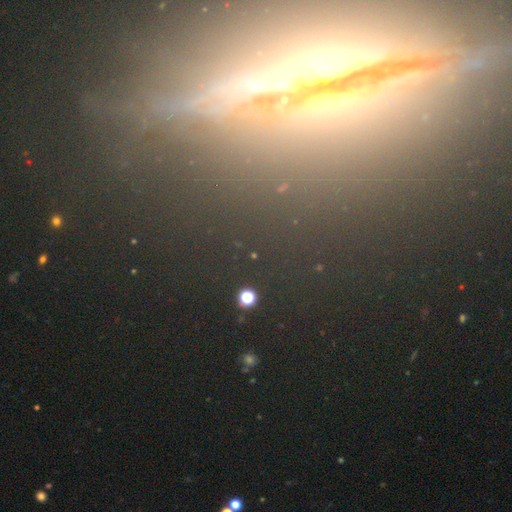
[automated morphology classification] This is possibly a star or artifact rather than a galaxy (58%).